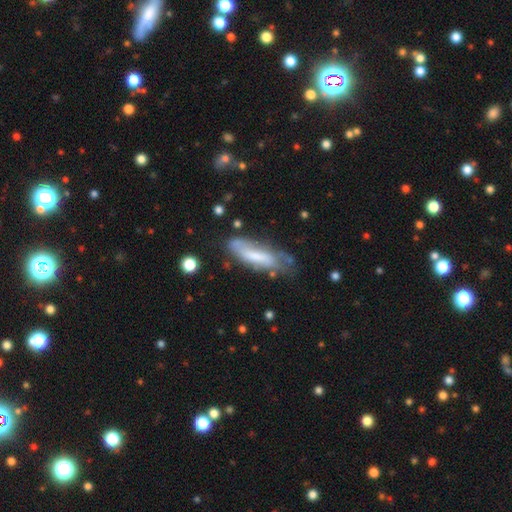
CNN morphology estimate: A smooth galaxy with no disk features (51%) that is cigar-shaped (52%).

Vote fractions:
- Smooth or featured? smooth: 51% / featured or disk: 41% / star or artifact: 8%
- How rounded? cigar-shaped: 52% / in between: 47% / round: 2%
- Merging? none: 51% / minor disturbance: 29% / major disturbance: 15% / merger: 5%